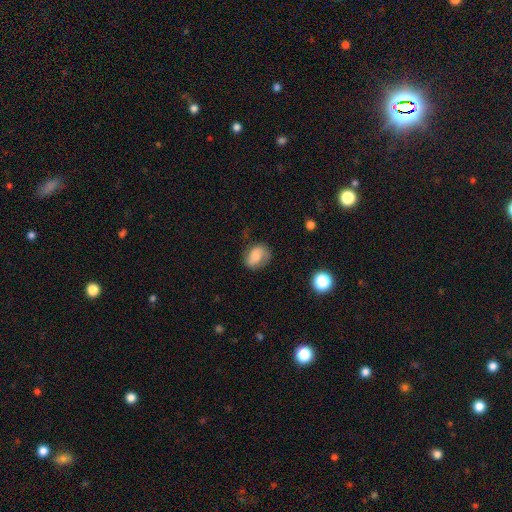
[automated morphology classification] Smooth or featured? Predicted: smooth (p=0.70). How rounded? Predicted: in between (p=0.67). Merging? Predicted: none (p=0.60).